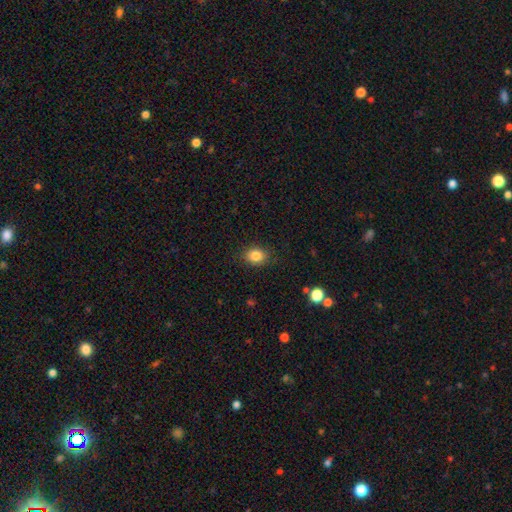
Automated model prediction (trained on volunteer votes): A smooth galaxy with no disk features (85%) that is round (50%). Merging: none (86%).